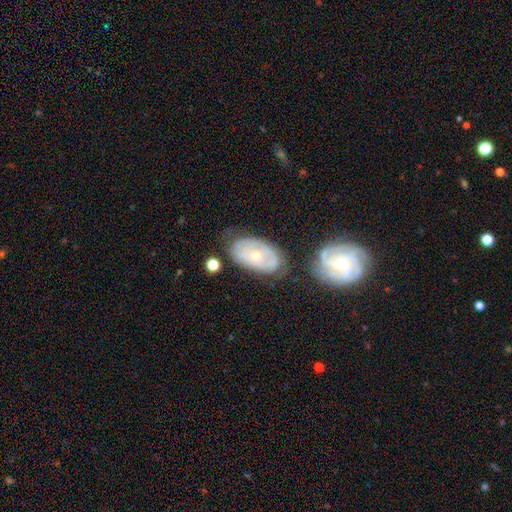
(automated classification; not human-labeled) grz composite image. It shows a featured or disk galaxy (63%) with no bar (76%), spiral arms (75%) and a small central bulge (53%). Merging: none (62%).